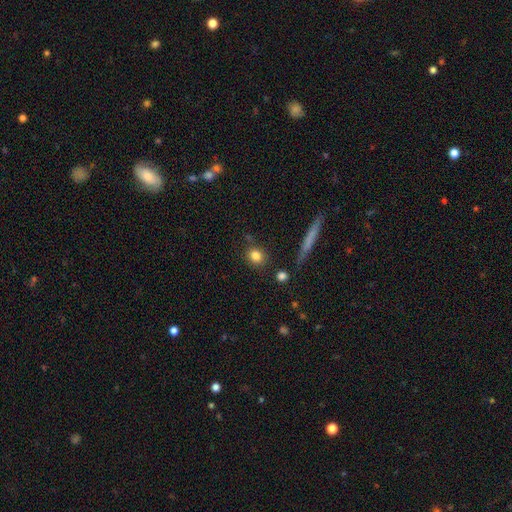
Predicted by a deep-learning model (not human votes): A smooth galaxy with no disk features (82%) that is round (74%).

Vote fractions:
- Smooth or featured? smooth: 82% / star or artifact: 10% / featured or disk: 8%
- How rounded? round: 74% / in between: 23% / cigar-shaped: 3%
- Merging? none: 82% / minor disturbance: 10% / merger: 5% / major disturbance: 3%